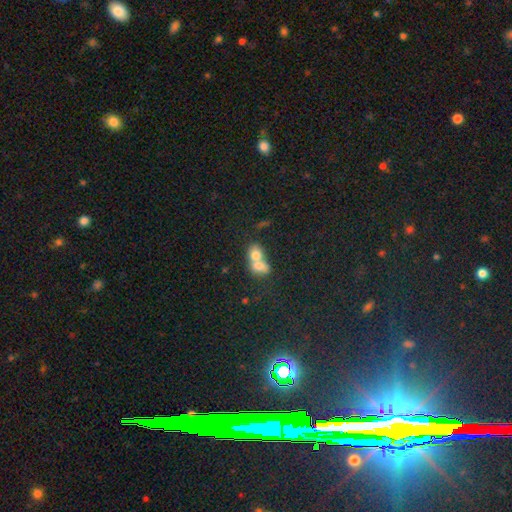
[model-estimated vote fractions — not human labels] Smooth or featured? smooth (72%)
How rounded? in between (64%)
Merging? merger (76%)